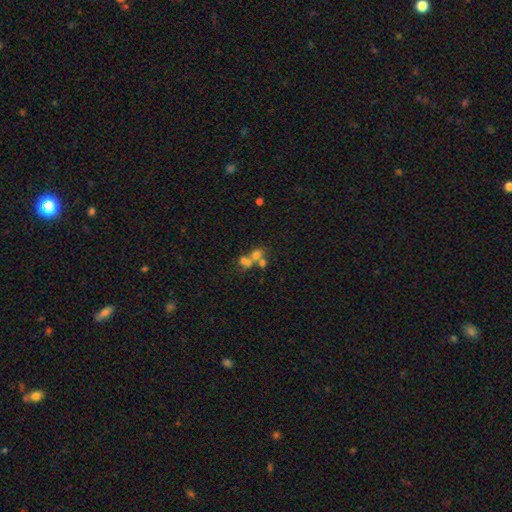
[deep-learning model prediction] Overall: smooth (50%; featured or disk 28%). How rounded: round (67%; in between 31%). Merging: merger (56%; none 31%).